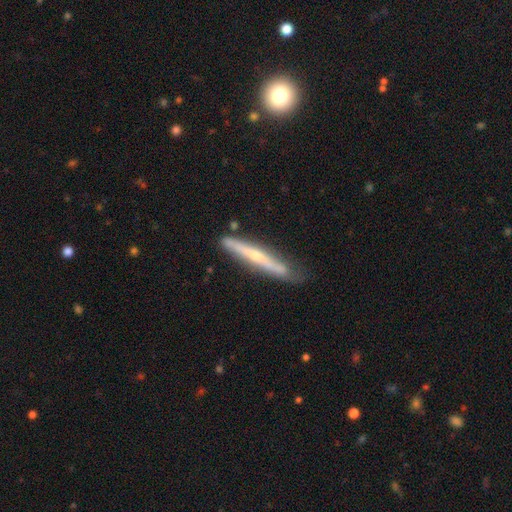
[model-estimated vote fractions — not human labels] This is likely a featured or disk galaxy (65%). It is clearly viewed edge-on (91%). Edge-on bulge: likely rounded (66%). Merging: likely none (74%).